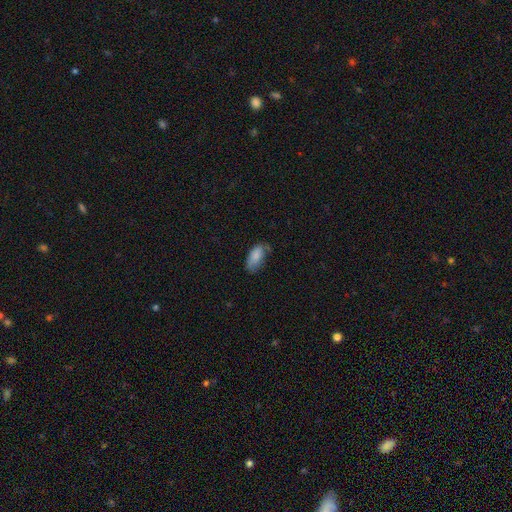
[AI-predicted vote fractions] Smooth or featured? Predicted: smooth (p=0.83). How rounded? Predicted: in between (p=0.89). Merging? Predicted: none (p=0.56).